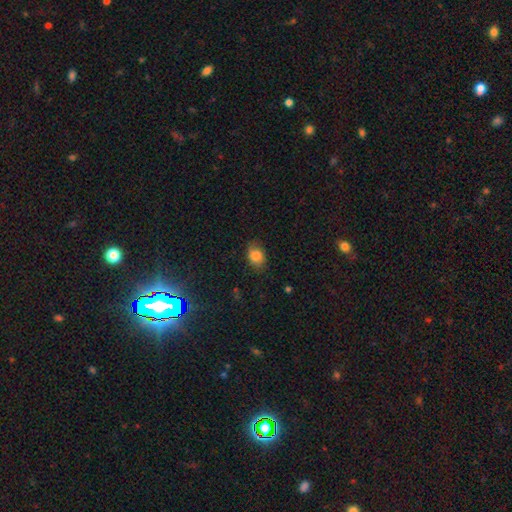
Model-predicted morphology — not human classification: A smooth galaxy with no disk features (83%) that is in between round and cigar-shaped (69%).

Vote fractions:
- Smooth or featured? smooth: 83% / star or artifact: 10% / featured or disk: 7%
- How rounded? in between: 69% / round: 29% / cigar-shaped: 1%
- Merging? none: 76% / minor disturbance: 19% / major disturbance: 4% / merger: 1%